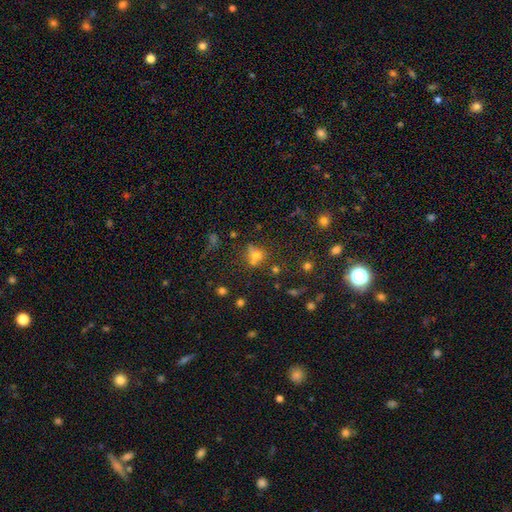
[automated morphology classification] Overall: smooth (63%; star or artifact 24%). How rounded: round (70%). Merging: none (50%; merger 26%).